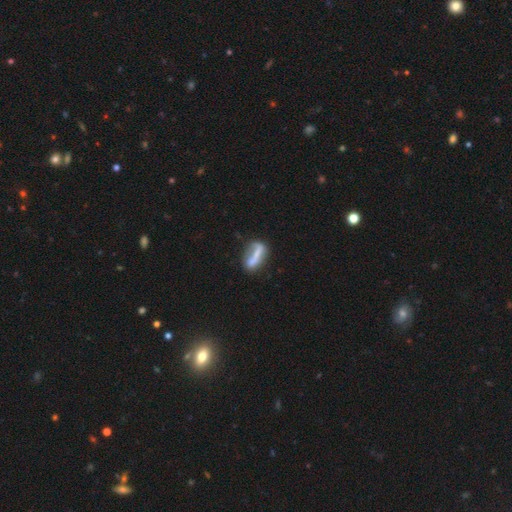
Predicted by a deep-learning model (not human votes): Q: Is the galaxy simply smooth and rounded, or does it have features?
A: smooth — 48%.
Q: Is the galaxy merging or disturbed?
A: none — 50%.